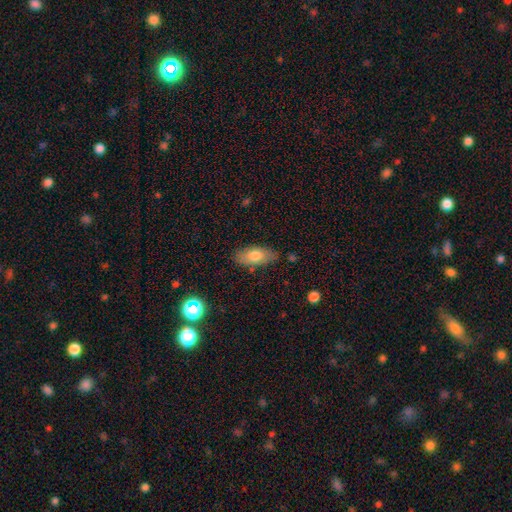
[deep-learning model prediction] Morphology: type=smooth (74%); roundness=in between (86%); merging=none (80%).